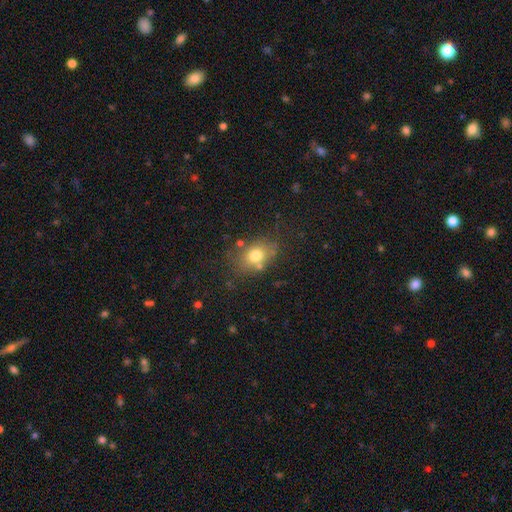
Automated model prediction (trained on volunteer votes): The model was most divided on "how rounded": in between: 63%, round: 36%, cigar-shaped: 1%. More confident: smooth or featured — smooth (74%); merging — none (69%).